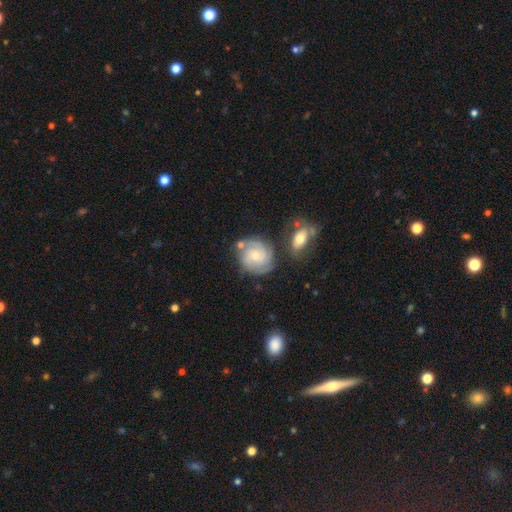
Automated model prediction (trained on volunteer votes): featured or disk 76%, smooth 18%, star or artifact 6%. Down the decision tree: edge-on disk — no (98%); bar — no (64%); spiral arms — yes (95%); spiral arm count — 2 (43%); spiral winding — tight (62%); bulge size — small (53%); merging — none (65%).